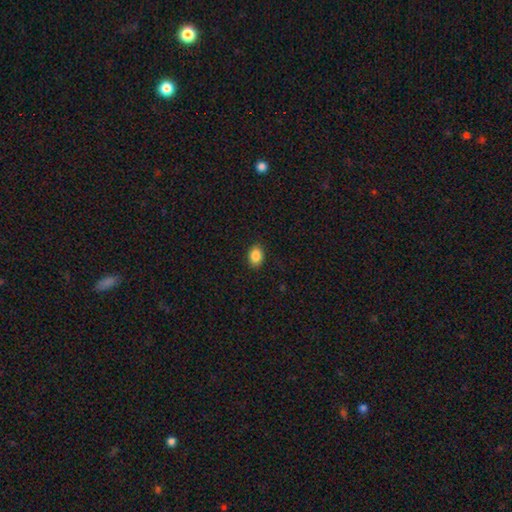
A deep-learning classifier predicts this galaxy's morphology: smooth_or_featured: smooth (p=0.87) [alt: star or artifact p=0.09]
how_rounded: in between (p=0.77) [alt: round p=0.22]
merging: none (p=0.90) [alt: minor disturbance p=0.08]